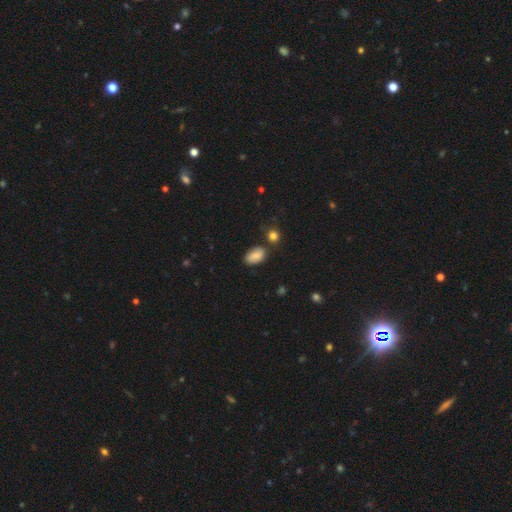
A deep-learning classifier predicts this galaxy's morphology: Smooth or featured: smooth — 78% (featured or disk — 13%)
How rounded: in between — 90% (round — 8%)
Merging: none — 72% (minor disturbance — 17%)